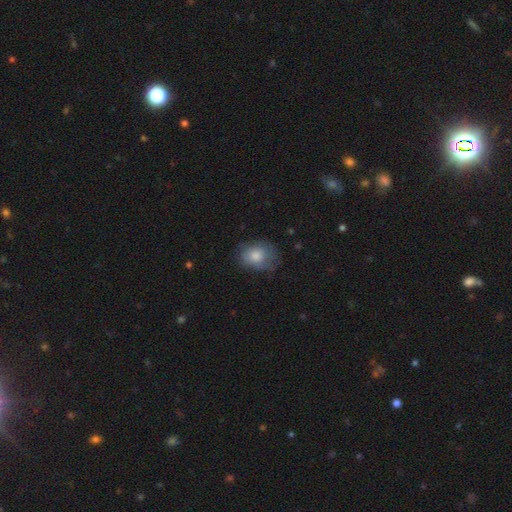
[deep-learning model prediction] Overall: smooth (78%). How rounded: in between (60%; round 39%). Merging: none (65%; minor disturbance 26%).